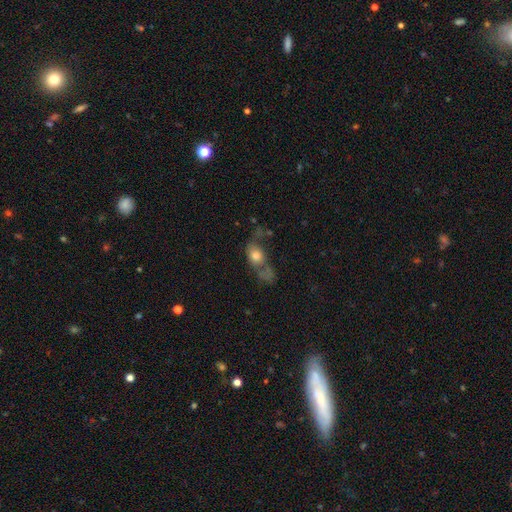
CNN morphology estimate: Smooth or featured? Predicted: smooth (p=0.64). How rounded? Predicted: in between (p=0.62). Merging? Predicted: none (p=0.28, tied with major disturbance).